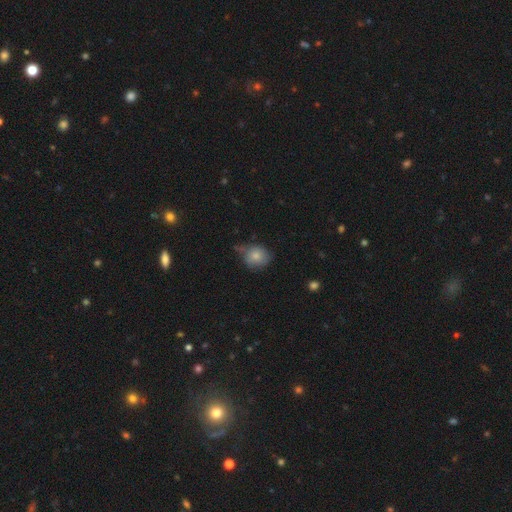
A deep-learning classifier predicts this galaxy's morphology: Smooth or featured?
  - smooth: 80% *
  - featured or disk: 11%
  - star or artifact: 9%
How rounded?
  - round: 67% *
  - in between: 32%
  - cigar-shaped: 1%
Merging?
  - none: 51% *
  - minor disturbance: 35%
  - major disturbance: 9%
  - merger: 5%